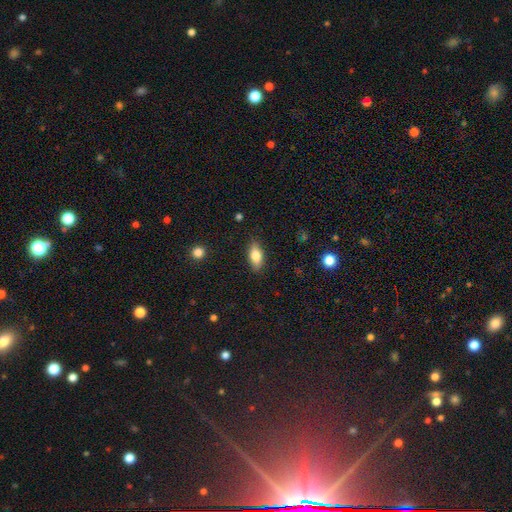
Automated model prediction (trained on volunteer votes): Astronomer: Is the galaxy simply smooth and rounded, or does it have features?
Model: smooth — 77%.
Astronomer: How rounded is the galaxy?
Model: in between — 84%.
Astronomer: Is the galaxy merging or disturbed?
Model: none — 86%.